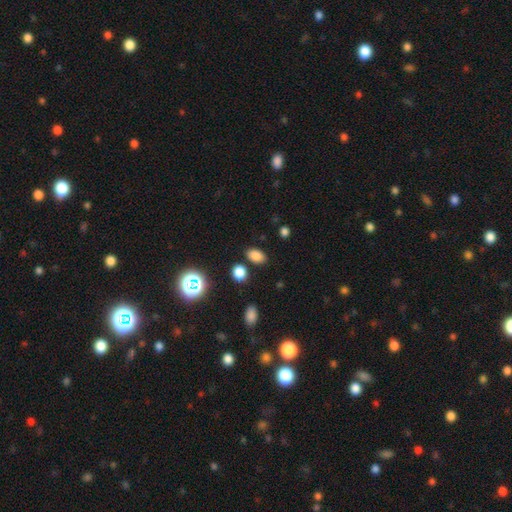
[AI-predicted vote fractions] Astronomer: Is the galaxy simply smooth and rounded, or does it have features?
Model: smooth — 81%.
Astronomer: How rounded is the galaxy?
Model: in between — 86%.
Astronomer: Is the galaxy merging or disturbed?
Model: none — 81%.